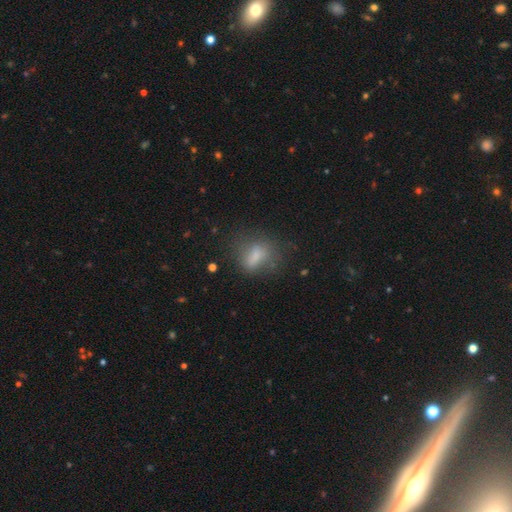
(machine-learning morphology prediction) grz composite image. It shows a smooth galaxy with no disk features (69%) that is in between round and cigar-shaped (67%). Merging: none (54%).